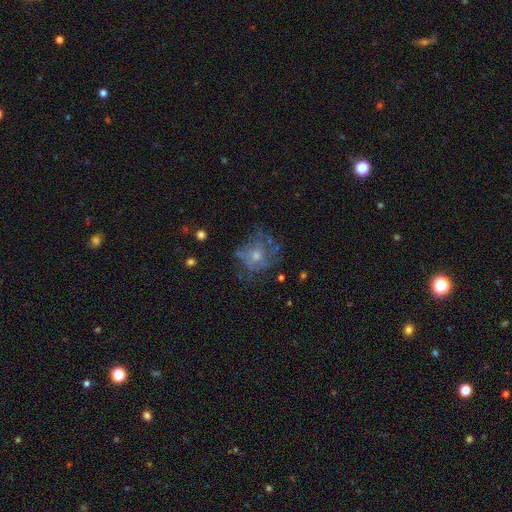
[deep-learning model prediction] A featured or disk galaxy (54%) with no bar (84%), no spiral arms (52%) and a moderate central bulge (52%).

Vote fractions:
- Smooth or featured? featured or disk: 54% / smooth: 29% / star or artifact: 16%
- Edge-on disk? no: 97% / yes: 3%
- Bar? no: 84% / weak: 13% / strong: 2%
- Spiral arms? no: 52% / yes: 48%
- Bulge size? moderate: 52% / small: 38% / large: 4% / none: 4% / dominant: 1%
- Merging? none: 58% / minor disturbance: 20% / major disturbance: 19% / merger: 3%